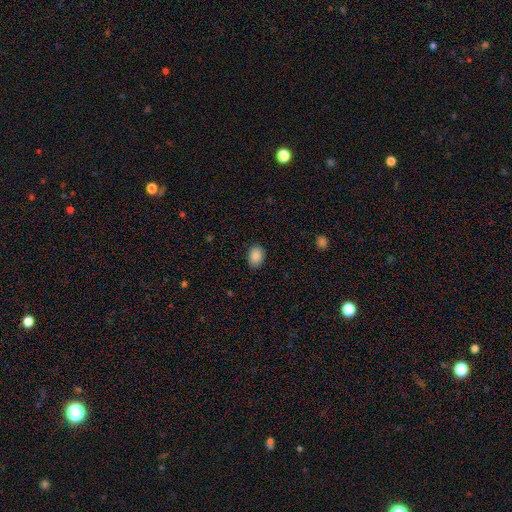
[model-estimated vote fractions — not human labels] Smooth or featured?
  - smooth: 88% *
  - star or artifact: 8%
  - featured or disk: 4%
How rounded?
  - in between: 72% *
  - round: 27%
  - cigar-shaped: 1%
Merging?
  - none: 86% *
  - minor disturbance: 11%
  - major disturbance: 2%
  - merger: 1%